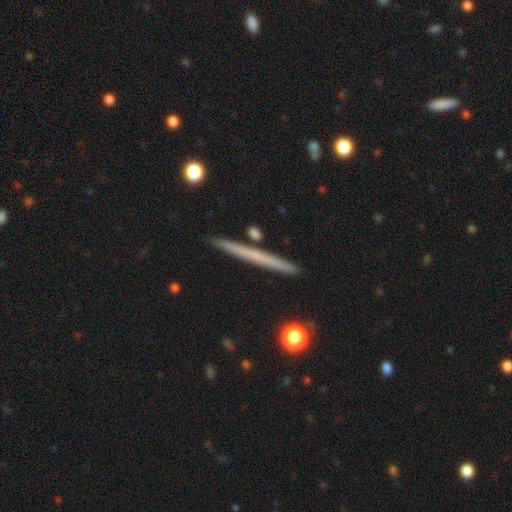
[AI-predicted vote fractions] Smooth or featured: featured or disk — 51% (smooth — 43%)
Edge-on disk: yes — 97% (no — 3%)
Merging: none — 91% (minor disturbance — 6%)